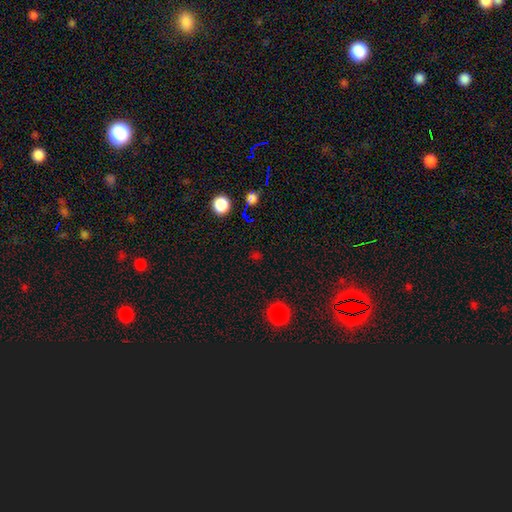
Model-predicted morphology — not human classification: smooth_or_featured: star or artifact (p=0.49) [alt: smooth p=0.45]